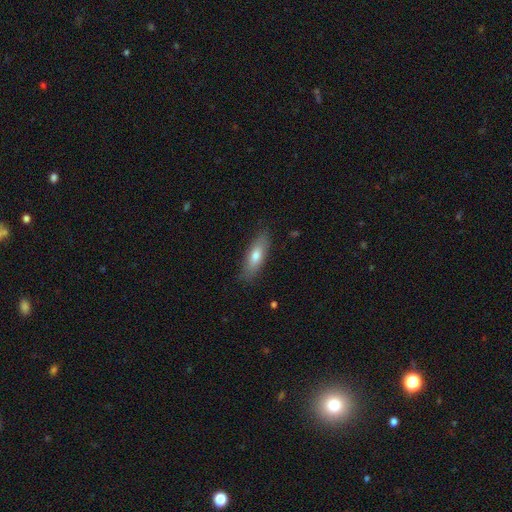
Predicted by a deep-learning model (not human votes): A smooth galaxy with no disk features (73%) that is in between round and cigar-shaped (59%).

Vote fractions:
- Smooth or featured? smooth: 73% / featured or disk: 21% / star or artifact: 6%
- How rounded? in between: 59% / cigar-shaped: 39% / round: 2%
- Merging? none: 83% / minor disturbance: 13% / major disturbance: 3% / merger: 1%